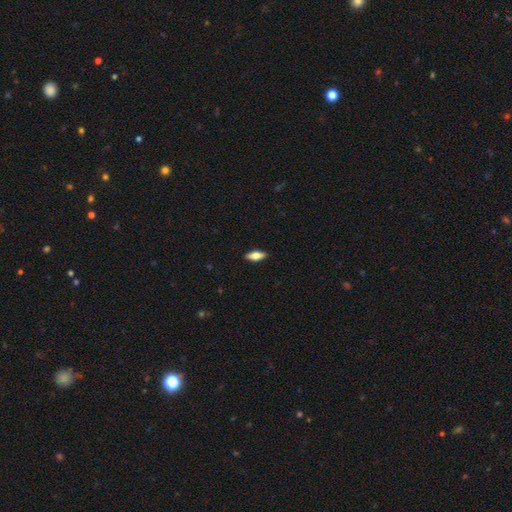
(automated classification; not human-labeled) Smooth or featured? smooth (63%)
How rounded? in between (73%)
Merging? none (89%)